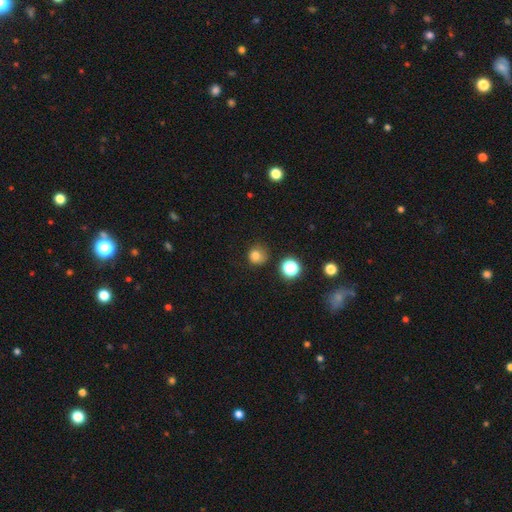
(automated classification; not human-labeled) This is likely a smooth galaxy (79%). How rounded: clearly round (89%). Merging: likely none (70%).